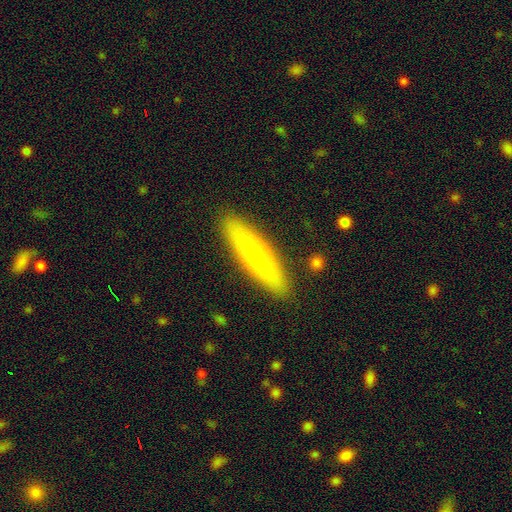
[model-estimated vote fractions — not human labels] Smooth or featured: smooth — 57% (featured or disk — 37%)
How rounded: cigar-shaped — 67% (in between — 31%)
Merging: none — 88% (minor disturbance — 8%)